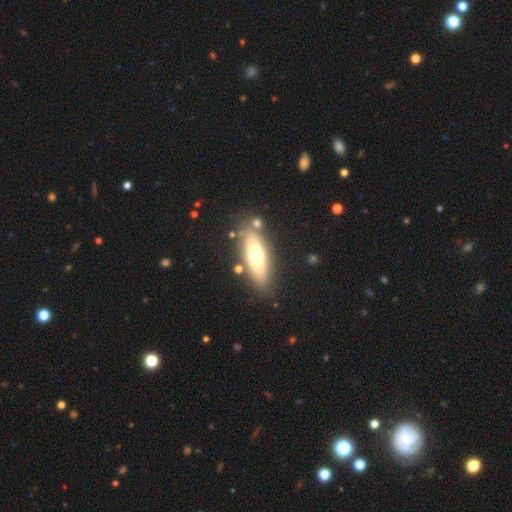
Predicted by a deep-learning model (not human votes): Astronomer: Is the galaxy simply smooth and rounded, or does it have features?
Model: smooth — 56% (runner-up: featured or disk, 37%).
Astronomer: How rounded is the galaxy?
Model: in between — 57% (runner-up: cigar-shaped, 41%).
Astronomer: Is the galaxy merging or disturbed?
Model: none — 79%.